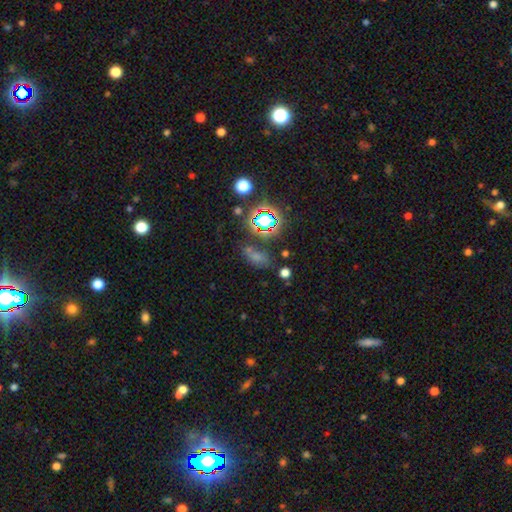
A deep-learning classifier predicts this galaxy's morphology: Smooth or featured: smooth — 50% (star or artifact — 37%)
How rounded: in between — 71% (round — 20%)
Merging: none — 58% (minor disturbance — 19%)